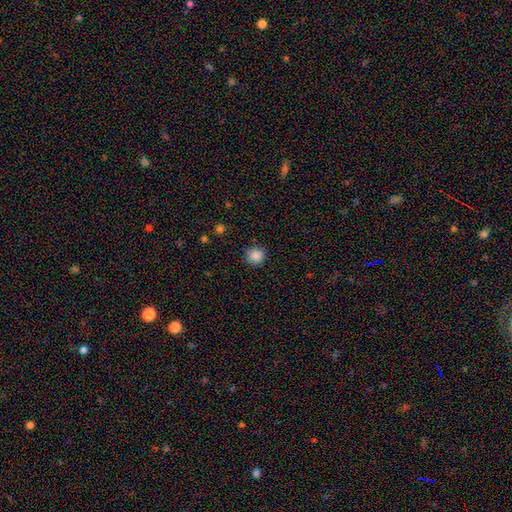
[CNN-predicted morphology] smooth_or_featured: smooth (p=0.86) [alt: star or artifact p=0.10]
how_rounded: round (p=0.93) [alt: in between p=0.06]
merging: none (p=0.88) [alt: minor disturbance p=0.08]